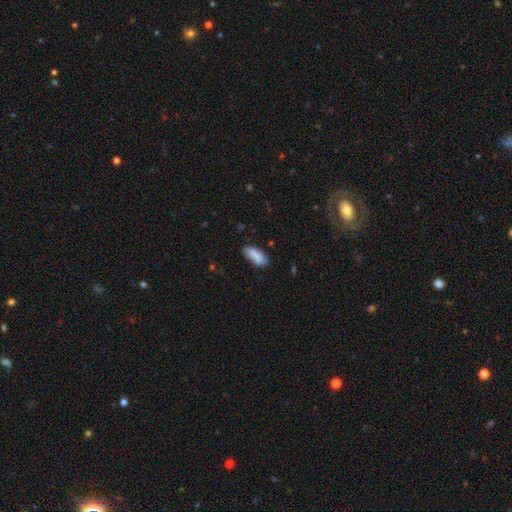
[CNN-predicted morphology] Smooth or featured: smooth — 86% (star or artifact — 7%)
How rounded: in between — 84% (cigar-shaped — 14%)
Merging: none — 70% (minor disturbance — 22%)